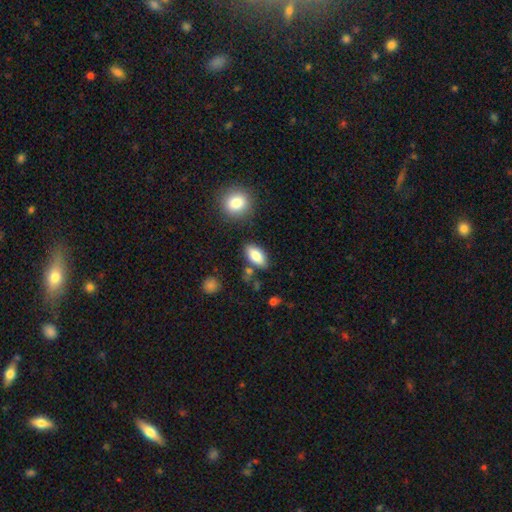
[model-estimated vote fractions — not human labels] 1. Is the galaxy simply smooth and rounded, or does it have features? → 84% smooth, 9% featured or disk, 7% star or artifact.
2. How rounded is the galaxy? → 91% in between, 6% cigar-shaped, 4% round.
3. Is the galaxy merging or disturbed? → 80% none, 12% minor disturbance, 5% merger, 3% major disturbance.